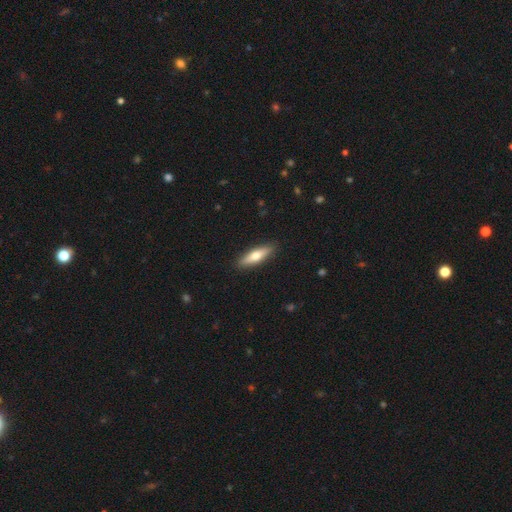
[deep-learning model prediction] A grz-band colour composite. It shows a smooth galaxy with no disk features (62%) that is cigar-shaped (62%). Merging: none (90%).